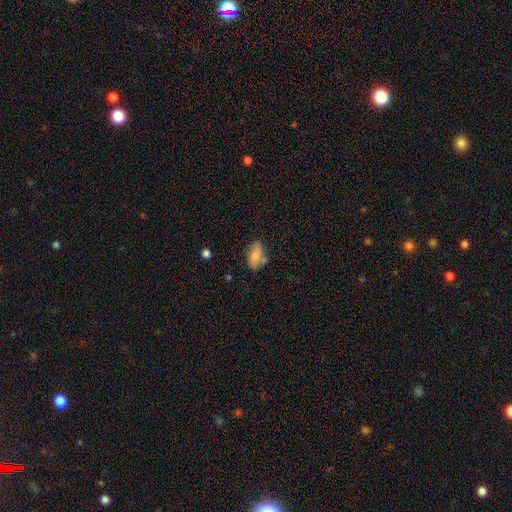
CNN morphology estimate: This is likely a smooth galaxy (73%). How rounded: clearly in between (90%). Merging: possibly none (56%).